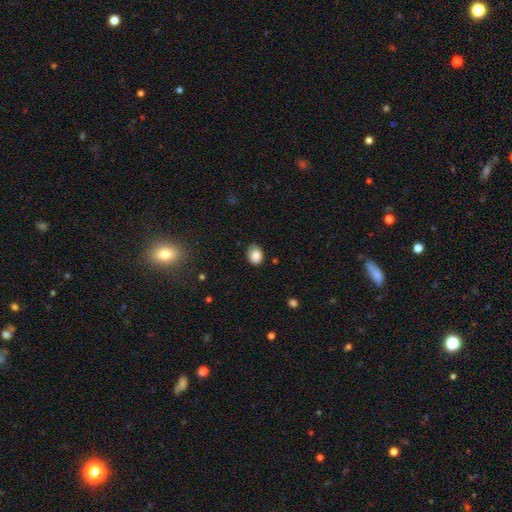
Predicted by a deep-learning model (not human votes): smooth-or-featured: smooth: 85% | star or artifact: 9% | featured or disk: 6%
  how-rounded: in between: 67% | round: 32% | cigar-shaped: 1%
  merging: none: 75% | minor disturbance: 20% | major disturbance: 3% | merger: 1%